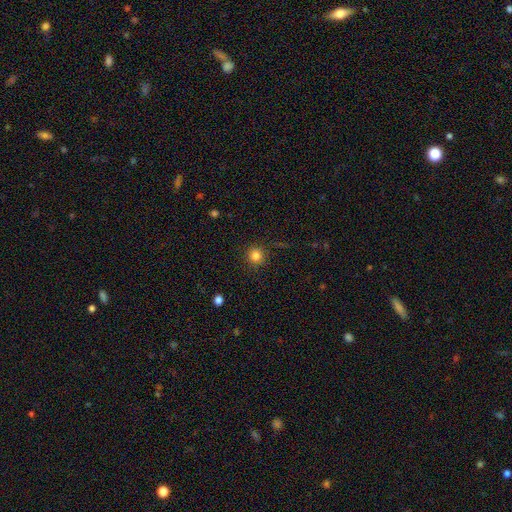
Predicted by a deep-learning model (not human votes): Overall: smooth (83%). How rounded: round (94%). Merging: none (88%).